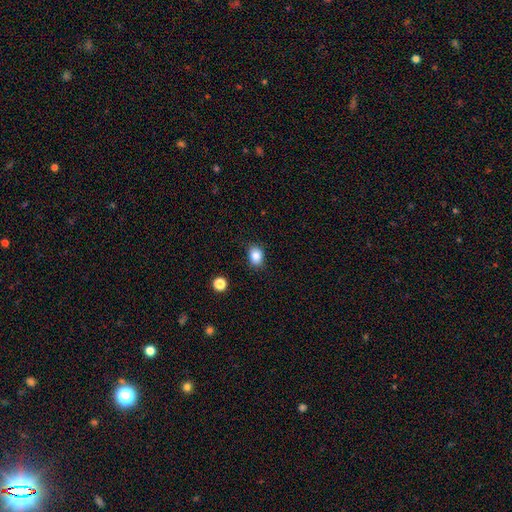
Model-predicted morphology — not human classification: This appears to be a smooth galaxy with no disk features (85%) that is in between round and cigar-shaped (63%). Merging: none (83%).